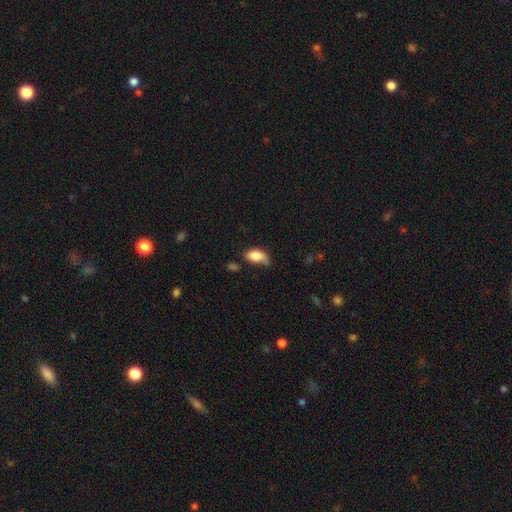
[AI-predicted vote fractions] A smooth galaxy with no disk features (76%) that is in between round and cigar-shaped (88%).

Vote fractions:
- Smooth or featured? smooth: 76% / featured or disk: 16% / star or artifact: 8%
- How rounded? in between: 88% / round: 8% / cigar-shaped: 4%
- Merging? minor disturbance: 39% / none: 33% / major disturbance: 22% / merger: 7%